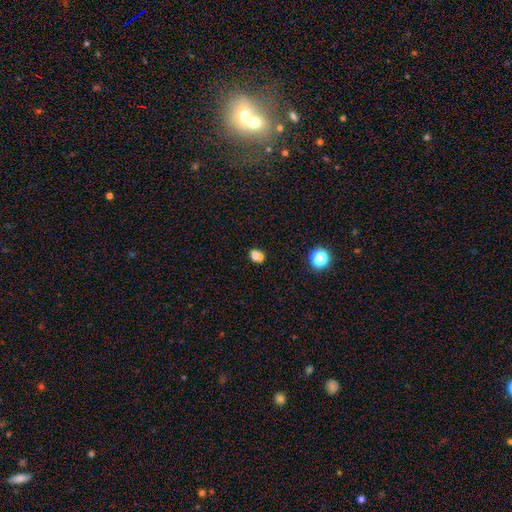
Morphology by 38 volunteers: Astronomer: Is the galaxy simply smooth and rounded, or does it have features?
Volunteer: smooth — 61%.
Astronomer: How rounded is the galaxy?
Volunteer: round — 52% (runner-up: in between, 48%).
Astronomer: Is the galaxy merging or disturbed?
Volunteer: none — 40% (runner-up: merger, 31%).